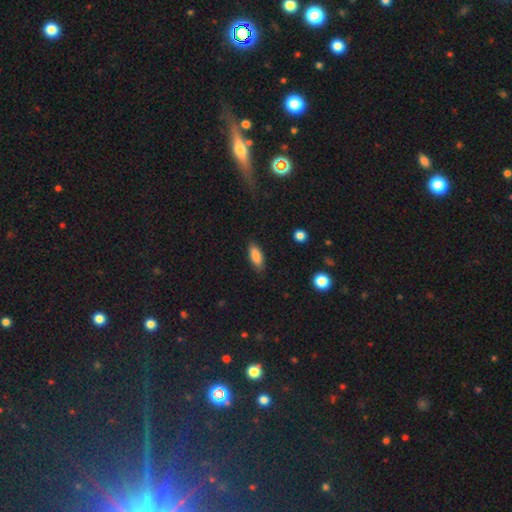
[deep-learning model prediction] Smooth or featured?
  - smooth: 86% *
  - featured or disk: 7%
  - star or artifact: 7%
How rounded?
  - in between: 77% *
  - cigar-shaped: 20%
  - round: 2%
Merging?
  - none: 85% *
  - minor disturbance: 11%
  - major disturbance: 3%
  - merger: 1%